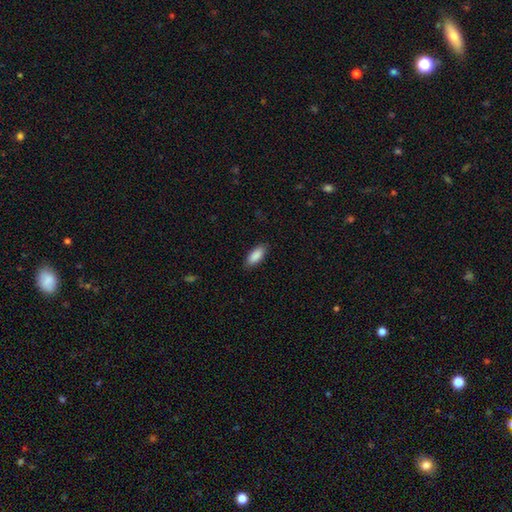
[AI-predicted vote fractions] Morphology: type=smooth (90%); roundness=in between (83%); merging=none (86%).